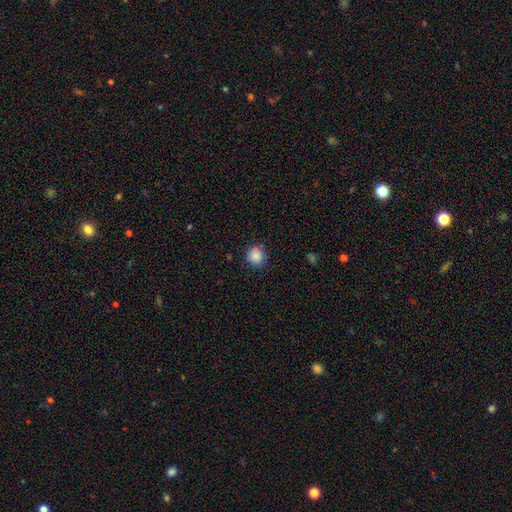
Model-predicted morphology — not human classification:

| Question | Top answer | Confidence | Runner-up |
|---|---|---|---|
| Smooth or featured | smooth | 85% | star or artifact (10%) |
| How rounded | round | 88% | in between (11%) |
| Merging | none | 78% | minor disturbance (13%) |